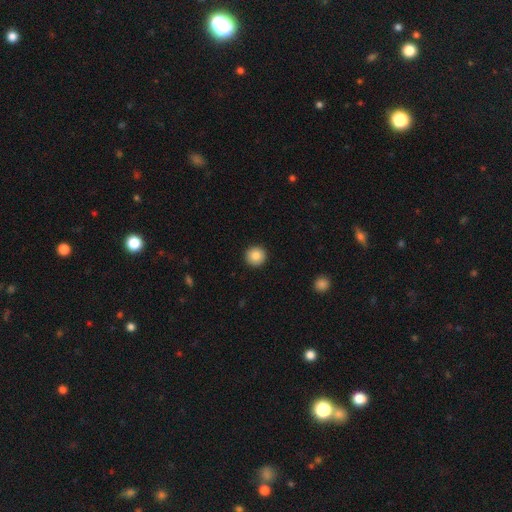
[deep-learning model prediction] Smooth or featured?
  - smooth: 86% *
  - star or artifact: 8%
  - featured or disk: 6%
How rounded?
  - round: 95% *
  - in between: 4%
  - cigar-shaped: 1%
Merging?
  - none: 93% *
  - minor disturbance: 5%
  - major disturbance: 2%
  - merger: 1%